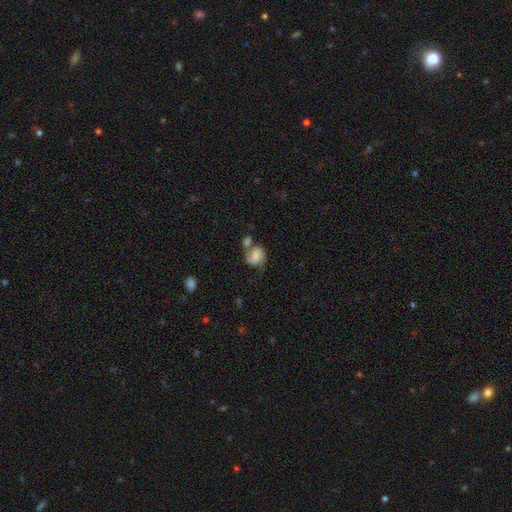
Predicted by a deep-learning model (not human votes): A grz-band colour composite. It shows a smooth galaxy with no disk features (47%). Merging: merger (37%).